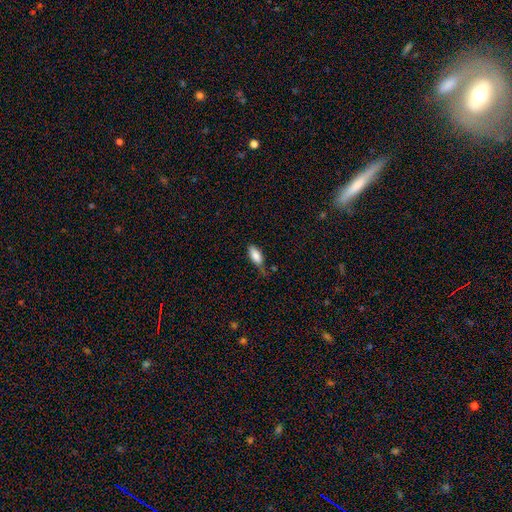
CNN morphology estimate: Smooth or featured?
  - smooth: 85% *
  - featured or disk: 8%
  - star or artifact: 7%
How rounded?
  - in between: 86% *
  - cigar-shaped: 12%
  - round: 2%
Merging?
  - none: 53% *
  - minor disturbance: 34%
  - major disturbance: 9%
  - merger: 4%